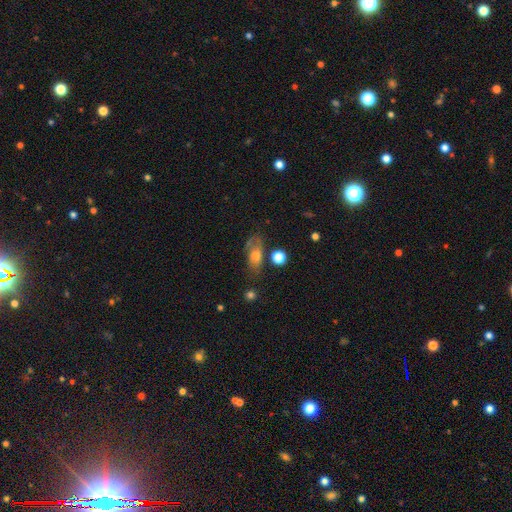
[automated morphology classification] smooth_or_featured: smooth (p=0.54) [alt: featured or disk p=0.31]
how_rounded: in between (p=0.76) [alt: round p=0.12]
merging: none (p=0.59) [alt: minor disturbance p=0.23]